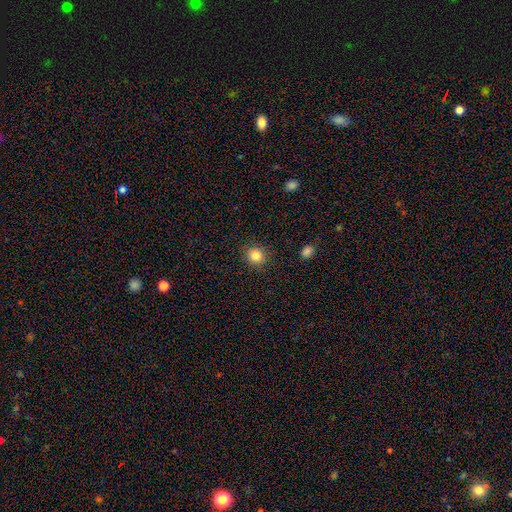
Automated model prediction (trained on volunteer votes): This is clearly a smooth galaxy (84%). How rounded: clearly round (85%). Merging: clearly none (89%).